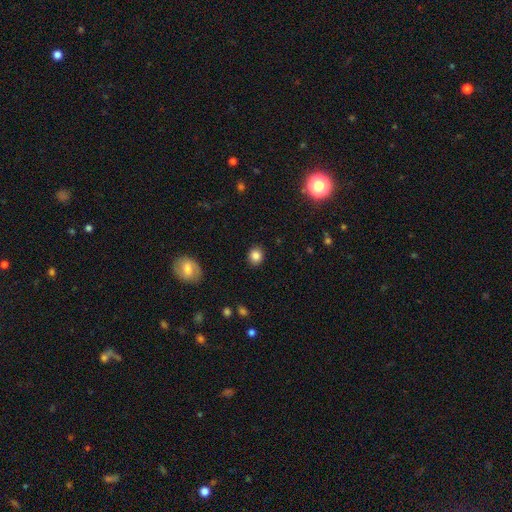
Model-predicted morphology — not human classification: smooth-or-featured: smooth: 85% | star or artifact: 10% | featured or disk: 5%
  how-rounded: round: 76% | in between: 22% | cigar-shaped: 1%
  merging: none: 89% | minor disturbance: 8% | major disturbance: 2% | merger: 1%